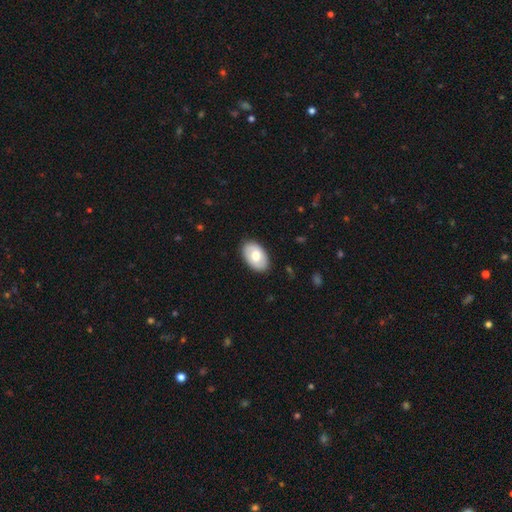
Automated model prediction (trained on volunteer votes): A smooth galaxy with no disk features (67%) that is in between round and cigar-shaped (92%).

Vote fractions:
- Smooth or featured? smooth: 67% / featured or disk: 28% / star or artifact: 6%
- How rounded? in between: 92% / round: 7% / cigar-shaped: 1%
- Merging? none: 87% / minor disturbance: 10% / major disturbance: 2% / merger: 1%